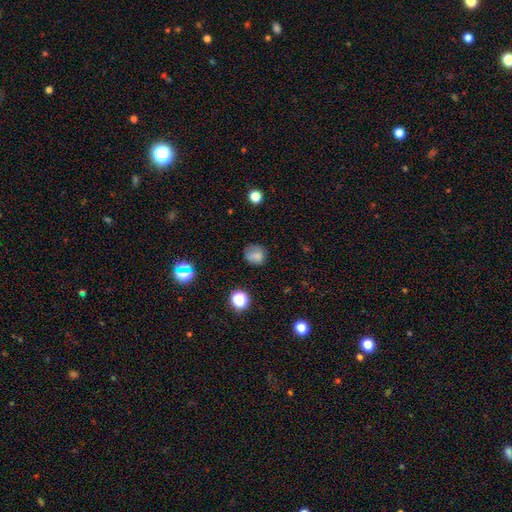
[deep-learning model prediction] Morphology: type=smooth (75%); roundness=round (76%); merging=none (68%).